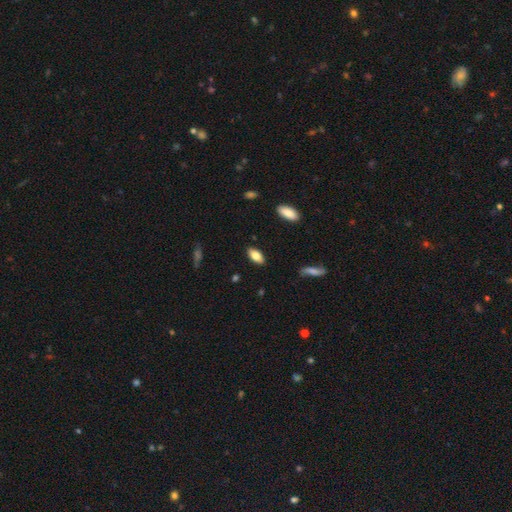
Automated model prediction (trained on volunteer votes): Smooth or featured? smooth (79%)
How rounded? in between (89%)
Merging? none (87%)